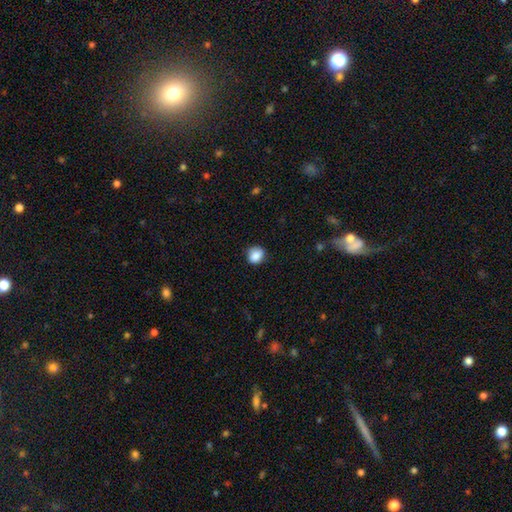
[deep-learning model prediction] This is clearly a smooth galaxy (86%). How rounded: likely round (72%). Merging: clearly none (80%).